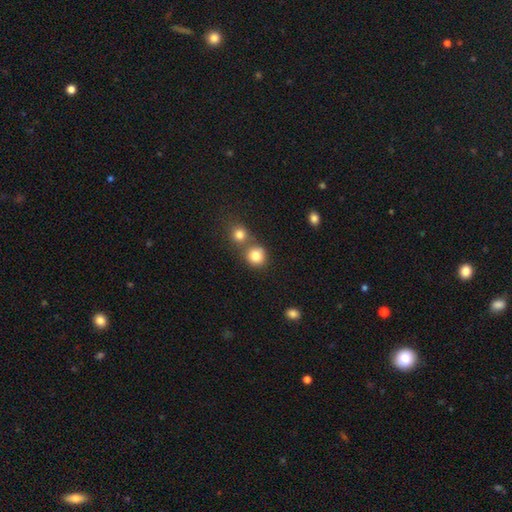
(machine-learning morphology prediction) smooth 82%, star or artifact 11%, featured or disk 7%. Down the decision tree: how rounded — round (86%); merging — none (55%).